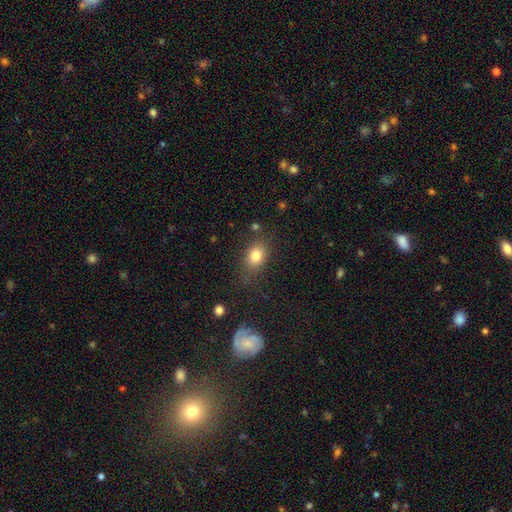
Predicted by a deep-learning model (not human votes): Morphology: type=smooth (80%); roundness=in between (67%); merging=none (75%).